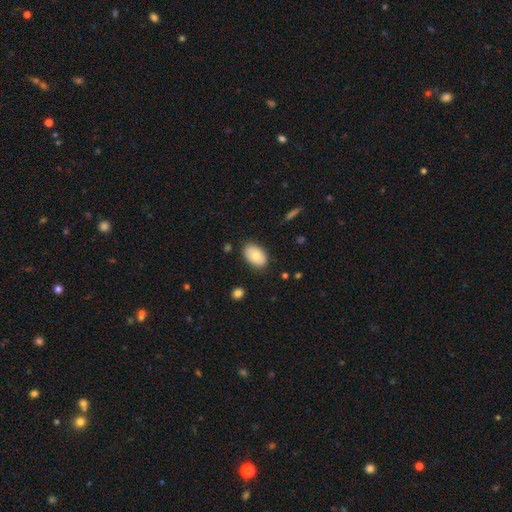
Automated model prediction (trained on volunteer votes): Q: Smooth or featured?
A: smooth (73%); runner-up: featured or disk (20%)
Q: How rounded?
A: in between (91%); runner-up: round (8%)
Q: Merging?
A: none (81%); runner-up: minor disturbance (15%)